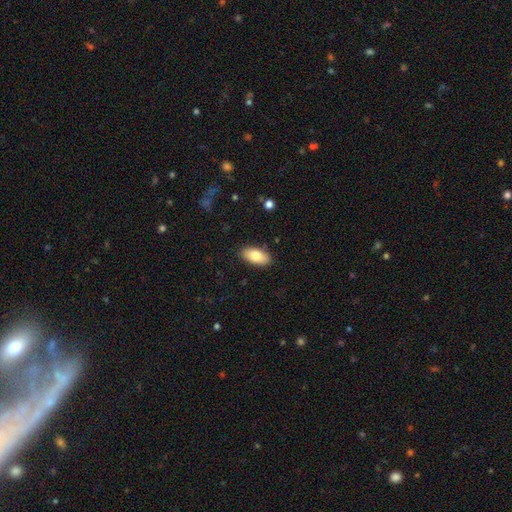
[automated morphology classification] Smooth or featured? Predicted: smooth (p=0.79). How rounded? Predicted: in between (p=0.91). Merging? Predicted: none (p=0.88).